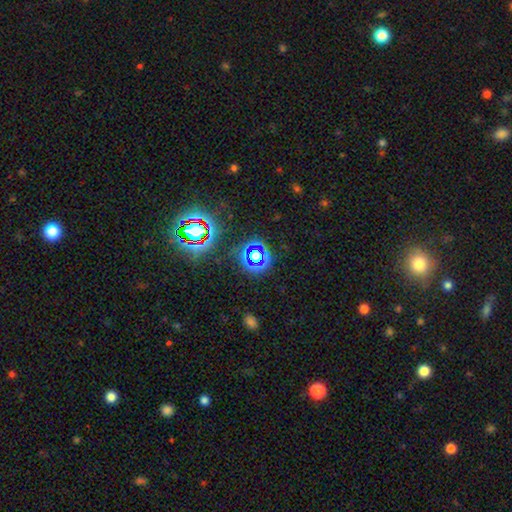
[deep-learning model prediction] A star or artifact, not a galaxy (68%).